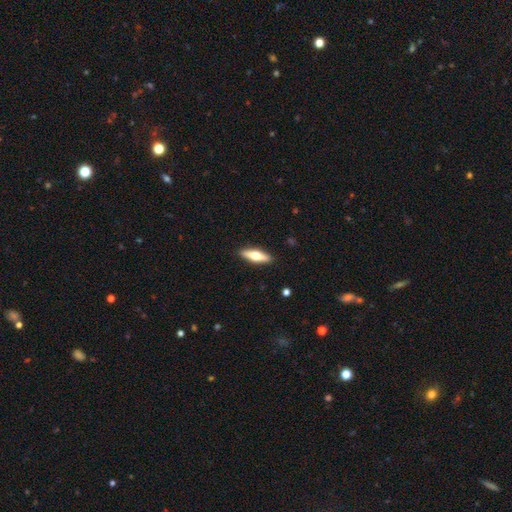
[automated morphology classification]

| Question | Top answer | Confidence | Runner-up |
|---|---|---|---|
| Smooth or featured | smooth | 50% | featured or disk (45%) |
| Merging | none | 90% | minor disturbance (7%) |